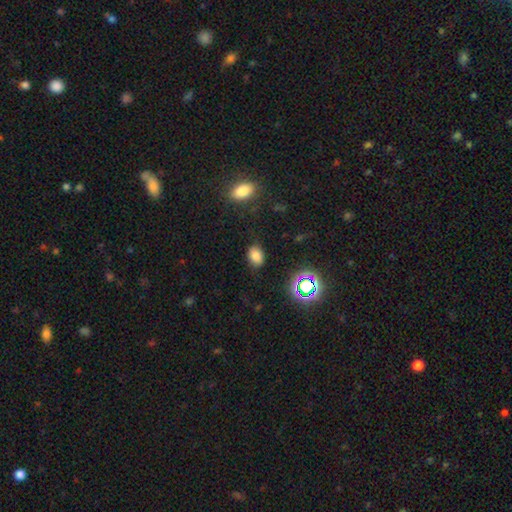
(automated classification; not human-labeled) The model was most divided on "how rounded": in between: 74%, round: 25%, cigar-shaped: 1%. More confident: merging — none (82%); smooth or featured — smooth (77%).